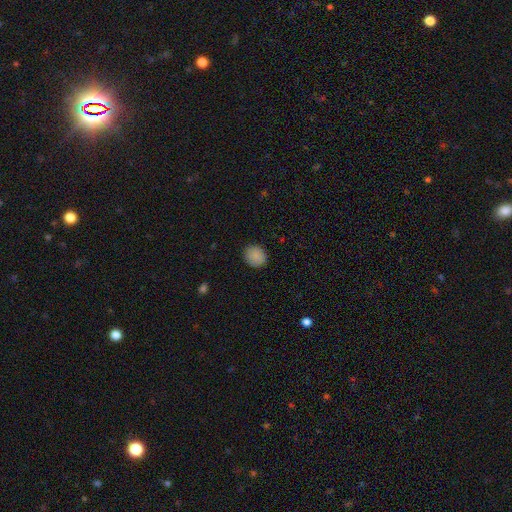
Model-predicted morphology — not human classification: Smooth or featured?
  - smooth: 88% *
  - star or artifact: 8%
  - featured or disk: 4%
How rounded?
  - round: 79% *
  - in between: 20%
  - cigar-shaped: 1%
Merging?
  - none: 89% *
  - minor disturbance: 8%
  - major disturbance: 2%
  - merger: 1%